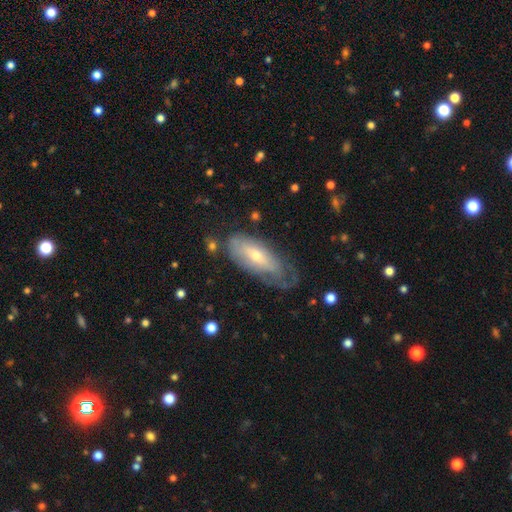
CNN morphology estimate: The model was most divided on "smooth or featured": featured or disk: 54%, smooth: 39%, star or artifact: 7%. Remaining: edge-on disk — no (79%); merging — none (47%).